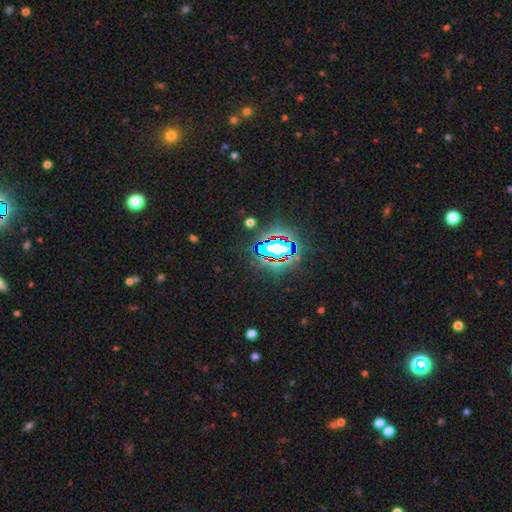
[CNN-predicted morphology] type=star or artifact (82%).